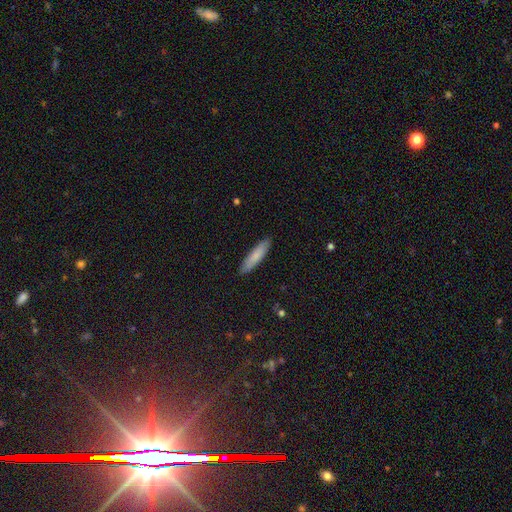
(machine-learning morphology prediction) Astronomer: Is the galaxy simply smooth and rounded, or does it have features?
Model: smooth — 81%.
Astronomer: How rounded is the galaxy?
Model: cigar-shaped — 82%.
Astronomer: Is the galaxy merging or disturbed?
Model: none — 89%.